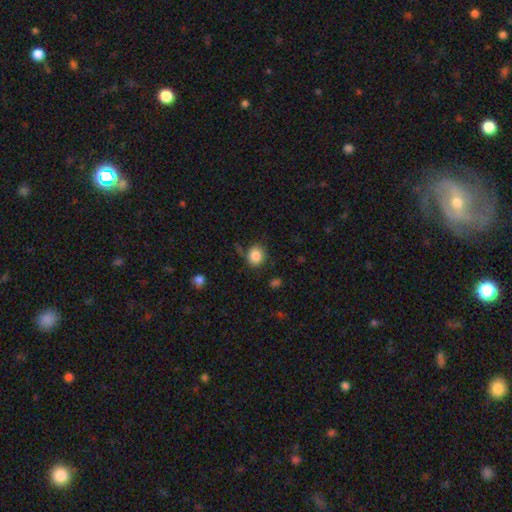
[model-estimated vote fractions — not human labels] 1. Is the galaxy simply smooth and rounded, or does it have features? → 85% smooth, 10% star or artifact, 5% featured or disk.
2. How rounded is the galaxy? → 70% round, 29% in between, 1% cigar-shaped.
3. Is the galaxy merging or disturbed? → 75% none, 17% minor disturbance, 5% major disturbance, 4% merger.